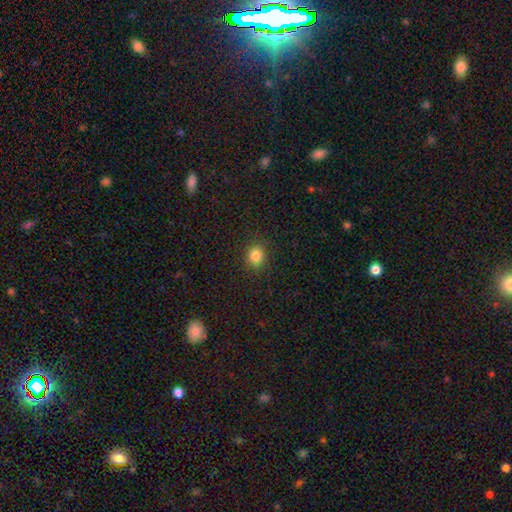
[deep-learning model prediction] smooth 83%, star or artifact 12%, featured or disk 5%. Down the decision tree: how rounded — round (70%); merging — none (88%).